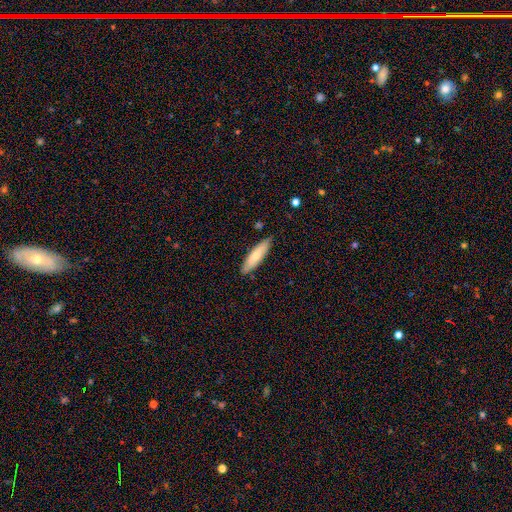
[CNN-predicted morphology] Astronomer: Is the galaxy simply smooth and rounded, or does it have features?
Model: smooth — 70%.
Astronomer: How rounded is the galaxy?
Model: cigar-shaped — 67%.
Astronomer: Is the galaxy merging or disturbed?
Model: none — 83%.